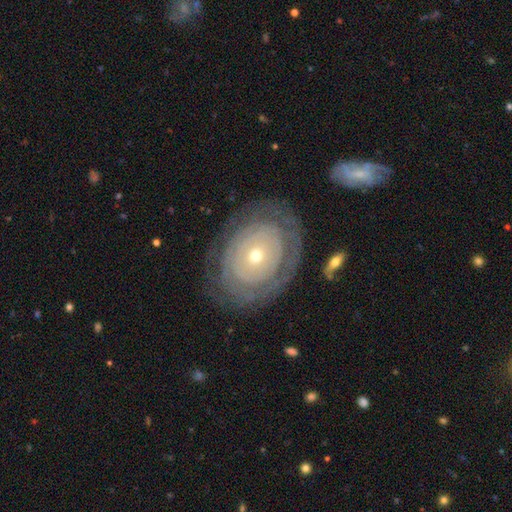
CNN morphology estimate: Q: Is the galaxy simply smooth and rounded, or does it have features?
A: featured or disk — 71%.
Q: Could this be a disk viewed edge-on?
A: no — 95%.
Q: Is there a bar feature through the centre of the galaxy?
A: no — 89%.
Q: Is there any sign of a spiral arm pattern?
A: yes — 54%.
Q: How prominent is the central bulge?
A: small — 61%.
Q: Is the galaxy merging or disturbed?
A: none — 77%.